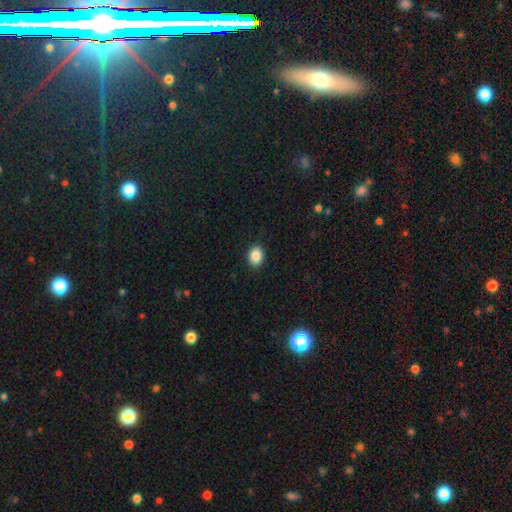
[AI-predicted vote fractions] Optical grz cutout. It shows a smooth galaxy with no disk features (88%) that is in between round and cigar-shaped (61%). Merging: none (90%).